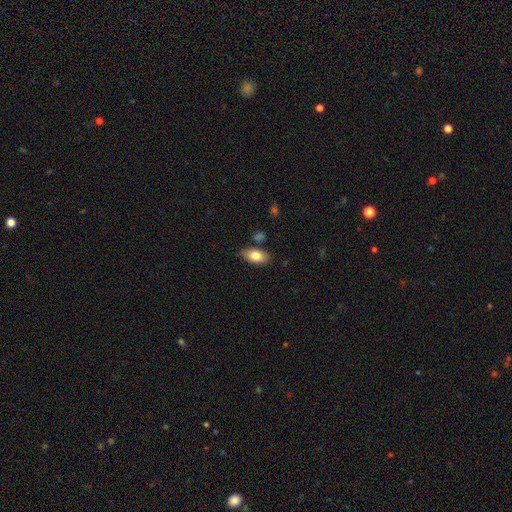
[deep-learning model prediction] Smooth or featured?
  - smooth: 79% *
  - featured or disk: 14%
  - star or artifact: 7%
How rounded?
  - in between: 91% *
  - cigar-shaped: 5%
  - round: 4%
Merging?
  - none: 79% *
  - minor disturbance: 14%
  - merger: 4%
  - major disturbance: 3%